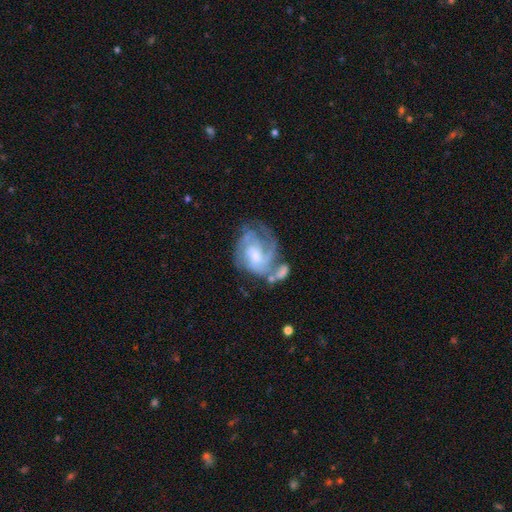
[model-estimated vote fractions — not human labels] featured or disk 82%, smooth 11%, star or artifact 6%. Down the decision tree: edge-on disk — no (98%); bar — no (58%); spiral arms — yes (93%); spiral arm count — 3 (31%); spiral winding — tight (48%); bulge size — moderate (41%); merging — none (41%).